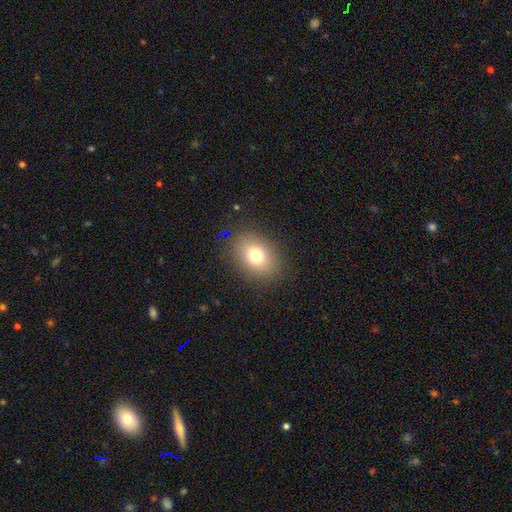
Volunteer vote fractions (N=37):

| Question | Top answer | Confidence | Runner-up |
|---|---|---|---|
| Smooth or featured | smooth | 86% | featured or disk (8%) |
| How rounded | round | 62% | in between (38%) |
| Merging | none | 80% | minor disturbance (14%) |